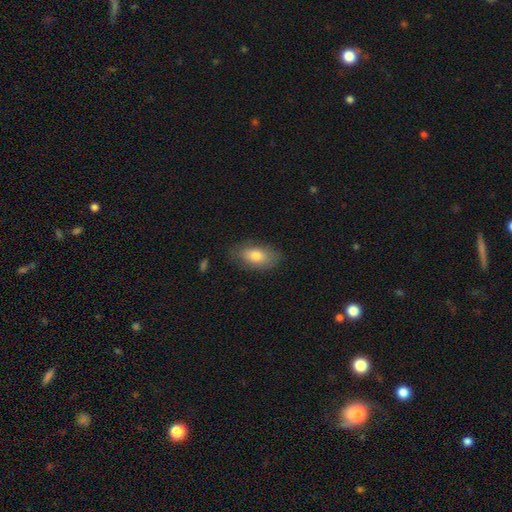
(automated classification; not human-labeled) smooth_or_featured: smooth (p=0.79) [alt: featured or disk p=0.14]
how_rounded: in between (p=0.91) [alt: round p=0.05]
merging: none (p=0.79) [alt: minor disturbance p=0.16]